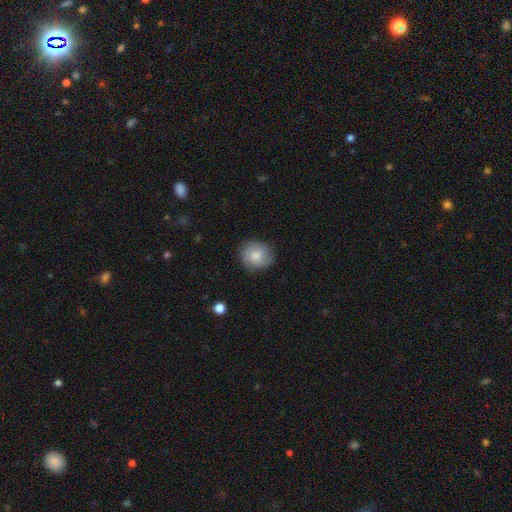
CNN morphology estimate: smooth-or-featured: smooth: 76% | featured or disk: 17% | star or artifact: 7%
  how-rounded: round: 77% | in between: 22% | cigar-shaped: 1%
  merging: none: 80% | minor disturbance: 15% | major disturbance: 4% | merger: 1%